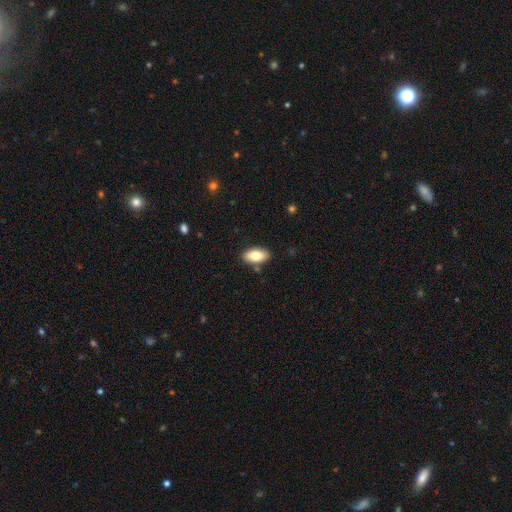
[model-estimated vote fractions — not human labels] A smooth galaxy with no disk features (77%) that is in between round and cigar-shaped (92%). Merging: none (86%).